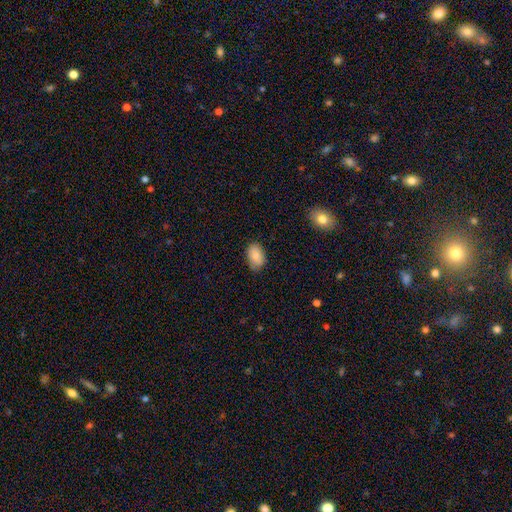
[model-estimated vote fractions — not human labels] Smooth or featured? Predicted: smooth (p=0.86). How rounded? Predicted: in between (p=0.91). Merging? Predicted: none (p=0.81).